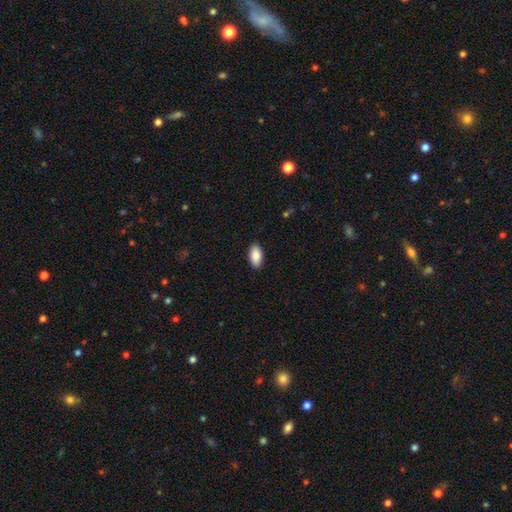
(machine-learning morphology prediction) Overall: smooth (89%). How rounded: in between (93%). Merging: none (88%).